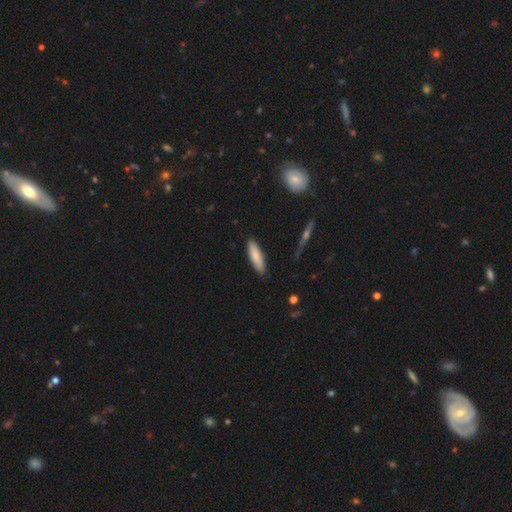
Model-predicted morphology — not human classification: A smooth galaxy with no disk features (81%) that is cigar-shaped (59%).

Vote fractions:
- Smooth or featured? smooth: 81% / featured or disk: 13% / star or artifact: 6%
- How rounded? cigar-shaped: 59% / in between: 39% / round: 2%
- Merging? none: 85% / minor disturbance: 11% / major disturbance: 2% / merger: 1%